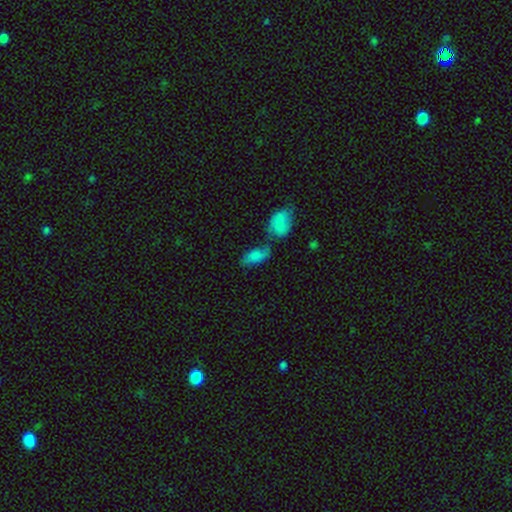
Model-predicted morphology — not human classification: smooth_or_featured: smooth (p=0.74) [alt: featured or disk p=0.16]
how_rounded: in between (p=0.89) [alt: cigar-shaped p=0.07]
merging: merger (p=0.48) [alt: none p=0.30]